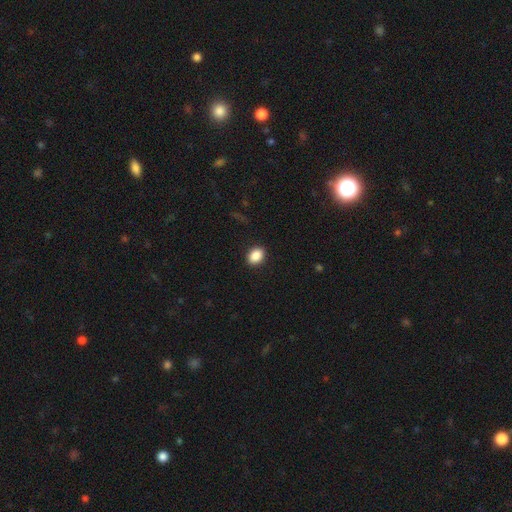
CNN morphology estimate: This appears to be a smooth galaxy with no disk features (89%) that is in between round and cigar-shaped (71%). Merging: none (90%).